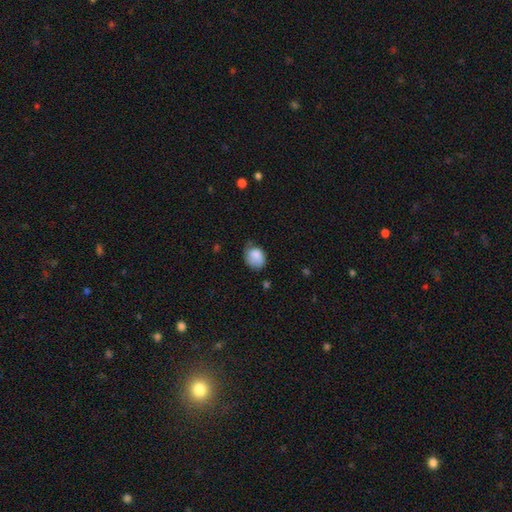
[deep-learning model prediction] A smooth galaxy with no disk features (79%) that is in between round and cigar-shaped (58%).

Vote fractions:
- Smooth or featured? smooth: 79% / featured or disk: 13% / star or artifact: 8%
- How rounded? in between: 58% / round: 41% / cigar-shaped: 1%
- Merging? none: 45% / minor disturbance: 39% / major disturbance: 14% / merger: 3%